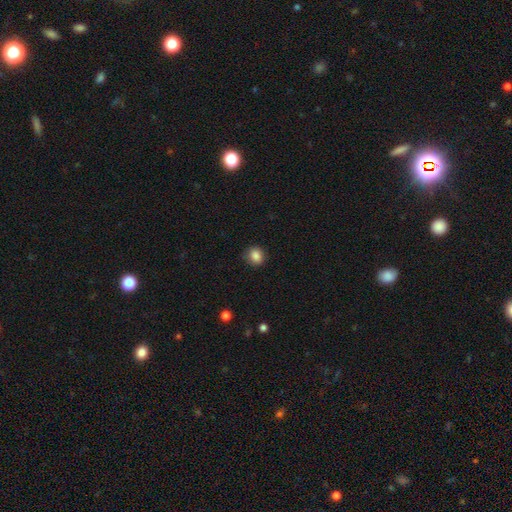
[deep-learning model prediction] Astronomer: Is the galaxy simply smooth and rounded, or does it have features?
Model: smooth — 86%.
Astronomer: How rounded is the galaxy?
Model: round — 75%.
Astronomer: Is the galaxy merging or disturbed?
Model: none — 86%.